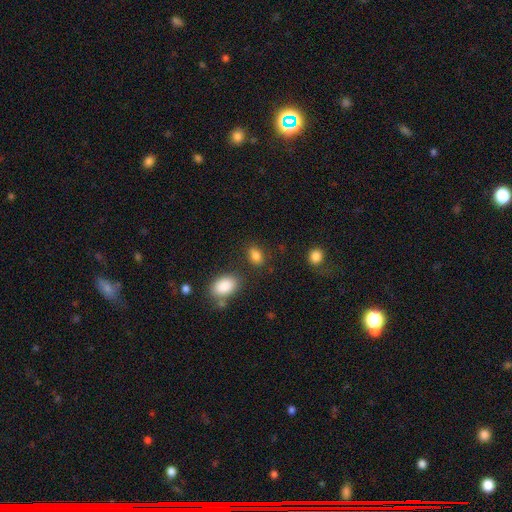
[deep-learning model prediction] smooth_or_featured: smooth (p=0.84) [alt: star or artifact p=0.10]
how_rounded: in between (p=0.80) [alt: round p=0.18]
merging: none (p=0.77) [alt: minor disturbance p=0.13]